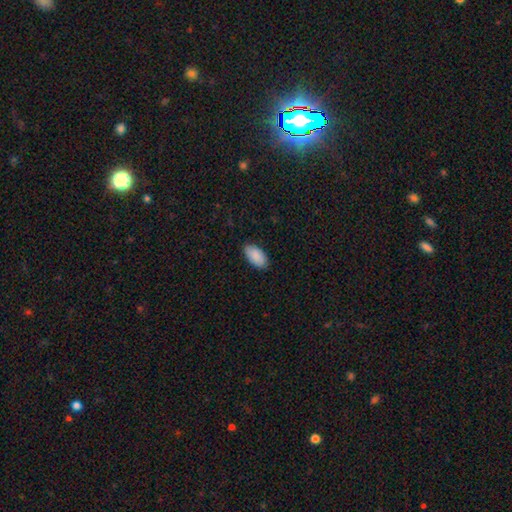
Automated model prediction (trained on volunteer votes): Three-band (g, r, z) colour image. It shows a smooth galaxy with no disk features (90%) that is in between round and cigar-shaped (96%). Merging: none (86%).